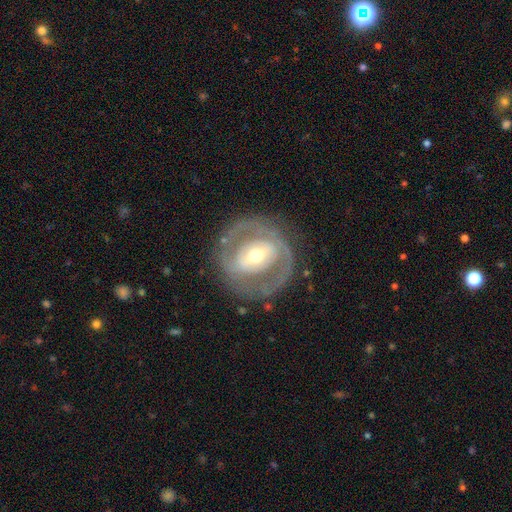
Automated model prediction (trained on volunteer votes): smooth_or_featured: featured or disk (p=0.77) [alt: smooth p=0.18]
disk_edge_on: no (p=0.96) [alt: yes p=0.04]
bar: weak (p=0.37) [alt: strong p=0.34]
has_spiral_arms: yes (p=0.59) [alt: no p=0.41]
bulge_size: moderate (p=0.61) [alt: small p=0.29]
merging: none (p=0.74) [alt: minor disturbance p=0.14]